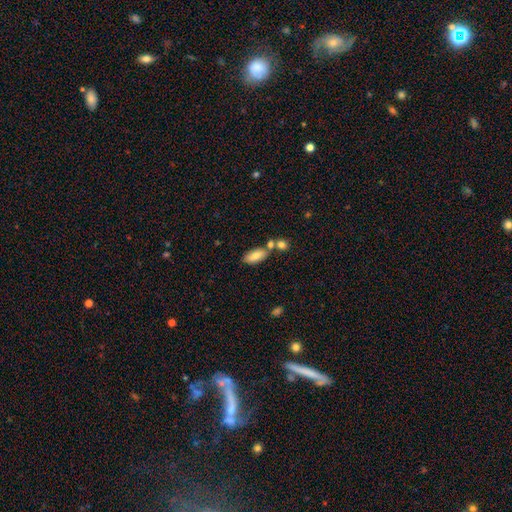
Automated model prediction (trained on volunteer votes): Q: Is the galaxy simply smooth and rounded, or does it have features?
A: smooth — 79%.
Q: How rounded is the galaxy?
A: in between — 84%.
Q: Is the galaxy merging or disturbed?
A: none — 64%.